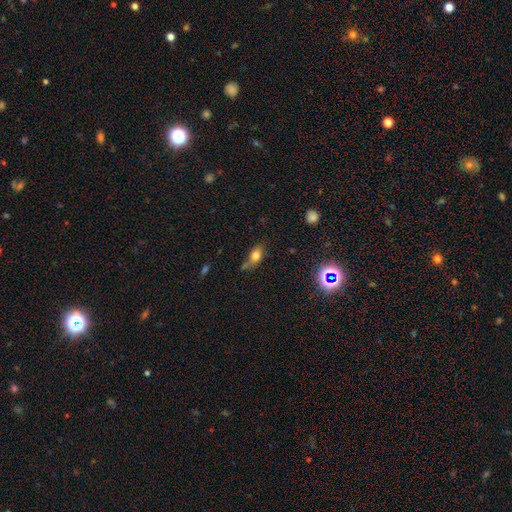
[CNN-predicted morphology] A smooth galaxy with no disk features (73%) that is in between round and cigar-shaped (79%). Merging: none (54%).